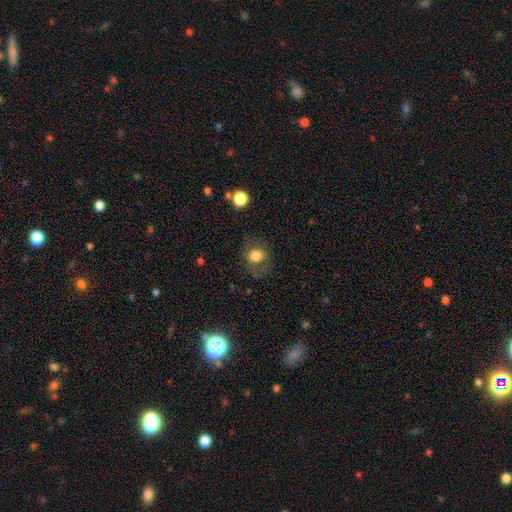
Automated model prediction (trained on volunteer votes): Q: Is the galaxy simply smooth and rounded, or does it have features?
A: smooth — 74%.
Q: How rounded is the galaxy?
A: round — 74%.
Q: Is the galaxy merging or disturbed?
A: none — 73%.